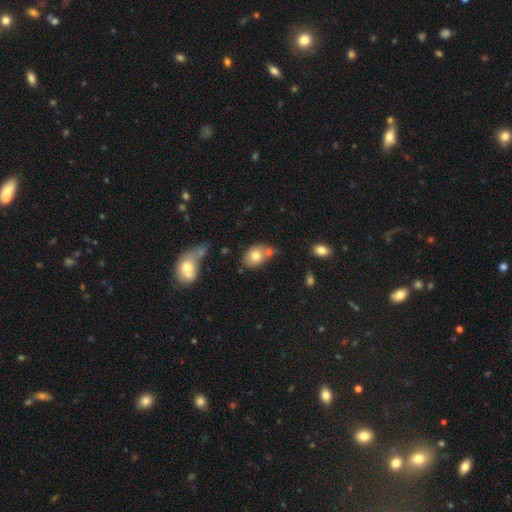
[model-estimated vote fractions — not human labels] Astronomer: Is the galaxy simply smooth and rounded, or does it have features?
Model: smooth — 76%.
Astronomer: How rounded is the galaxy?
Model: in between — 65%.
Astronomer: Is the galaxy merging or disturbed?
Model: none — 48% (runner-up: merger, 29%).